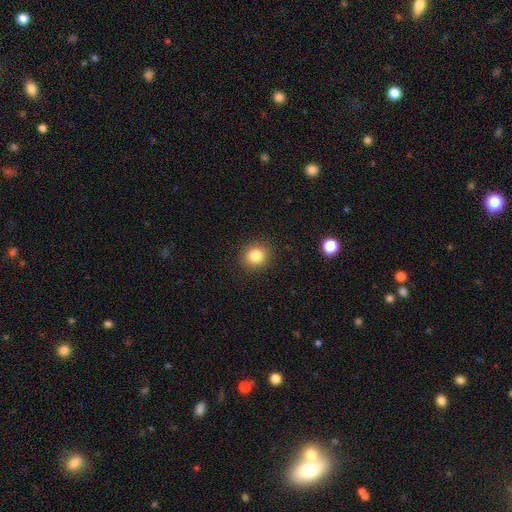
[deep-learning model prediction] Smooth or featured? smooth (84%)
How rounded? round (85%)
Merging? none (90%)